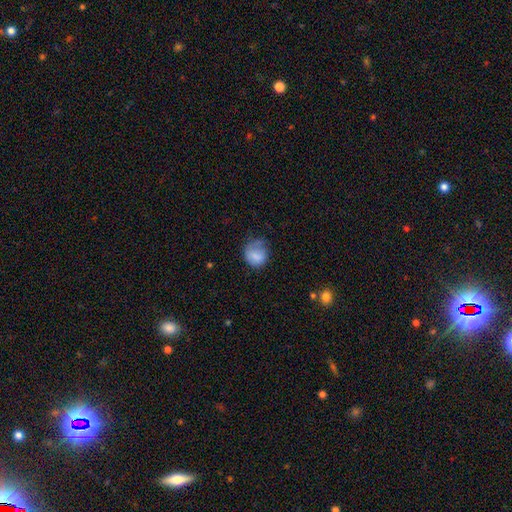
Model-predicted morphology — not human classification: Overall: smooth (80%). How rounded: round (71%). Merging: none (44%; minor disturbance 34%).